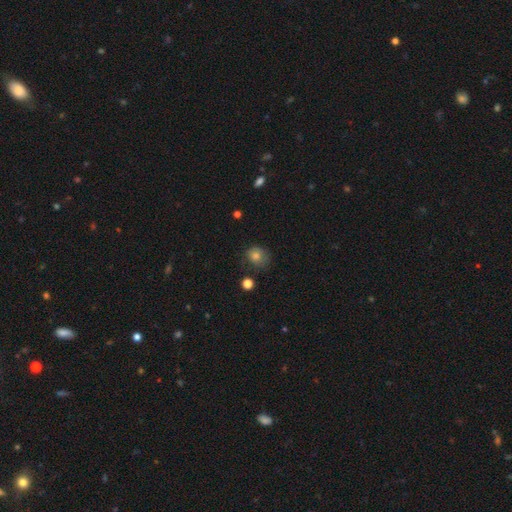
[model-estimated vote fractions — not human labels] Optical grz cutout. It shows a smooth galaxy with no disk features (78%) that is round (69%). Merging: none (61%).